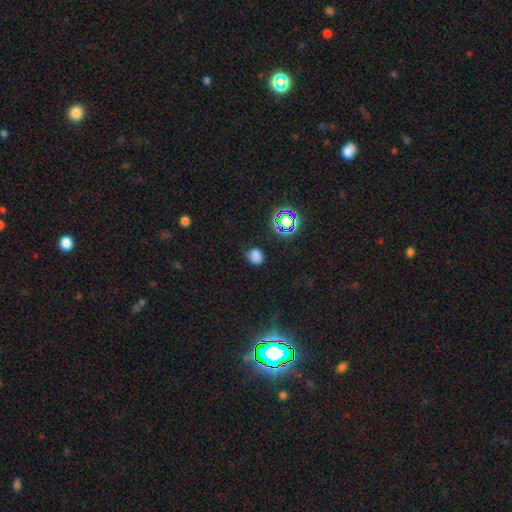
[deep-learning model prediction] smooth_or_featured: smooth (p=0.70) [alt: star or artifact p=0.23]
how_rounded: round (p=0.63) [alt: in between p=0.36]
merging: none (p=0.64) [alt: minor disturbance p=0.25]